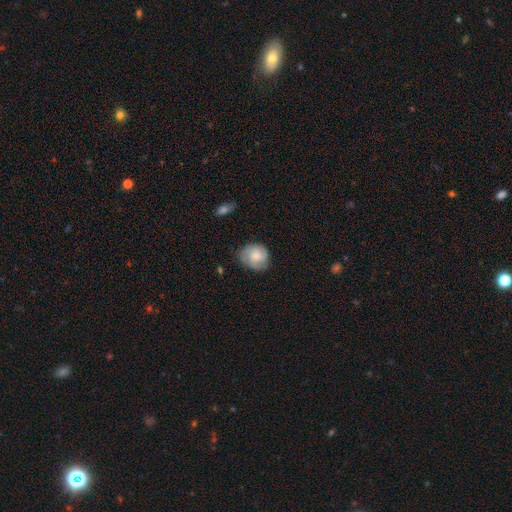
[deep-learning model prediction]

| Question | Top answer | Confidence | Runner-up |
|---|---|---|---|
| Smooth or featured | smooth | 61% | featured or disk (32%) |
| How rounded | round | 74% | in between (25%) |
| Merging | none | 68% | minor disturbance (24%) |